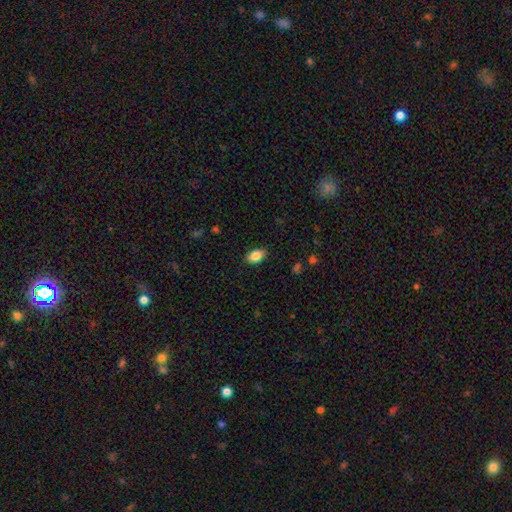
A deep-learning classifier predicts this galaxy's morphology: smooth 85%, star or artifact 8%, featured or disk 7%. Down the decision tree: how rounded — in between (91%); merging — none (87%).